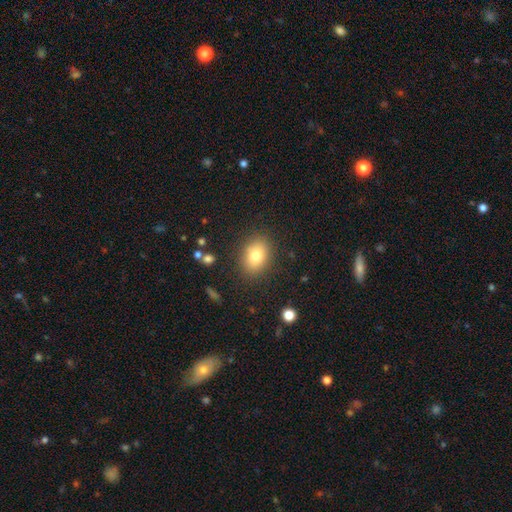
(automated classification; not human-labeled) Smooth or featured?
  - smooth: 80% *
  - featured or disk: 10%
  - star or artifact: 10%
How rounded?
  - in between: 72% *
  - round: 27%
  - cigar-shaped: 1%
Merging?
  - none: 86% *
  - minor disturbance: 9%
  - major disturbance: 3%
  - merger: 1%